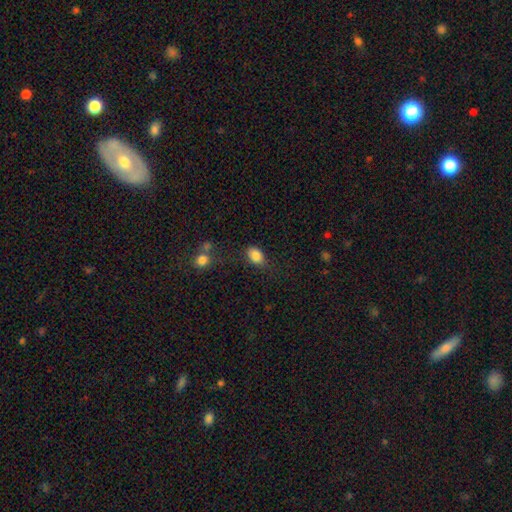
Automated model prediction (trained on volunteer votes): smooth_or_featured: smooth (p=0.84) [alt: star or artifact p=0.09]
how_rounded: in between (p=0.81) [alt: round p=0.18]
merging: none (p=0.71) [alt: minor disturbance p=0.19]